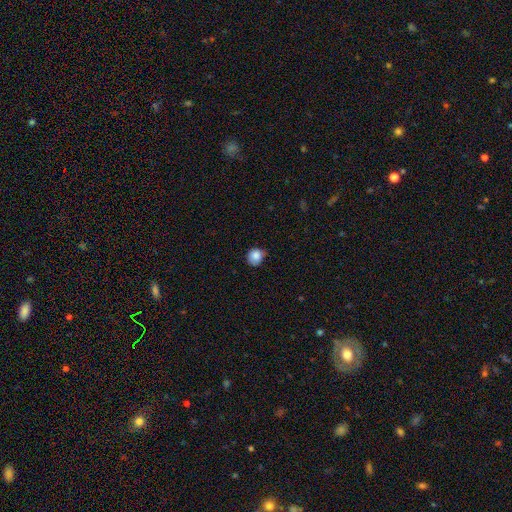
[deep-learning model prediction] A smooth galaxy with no disk features (85%) that is round (77%). Merging: none (58%).